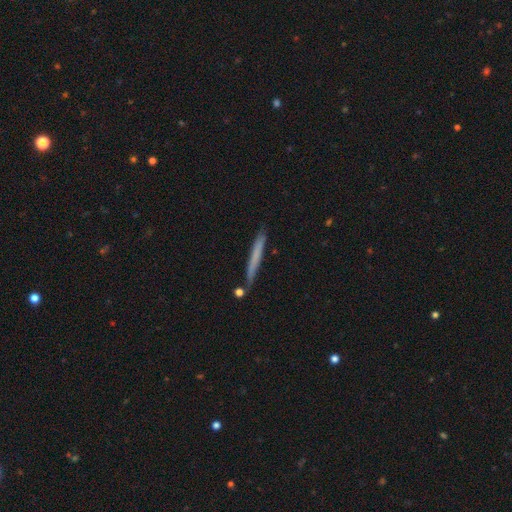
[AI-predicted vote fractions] Overall: smooth (63%; featured or disk 31%). How rounded: cigar-shaped (97%). Merging: none (83%).